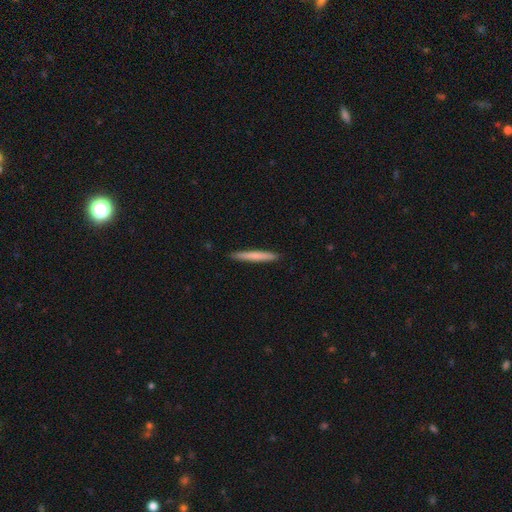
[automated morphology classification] Smooth or featured: smooth — 71% (featured or disk — 23%)
How rounded: cigar-shaped — 97% (in between — 2%)
Merging: none — 91% (minor disturbance — 6%)